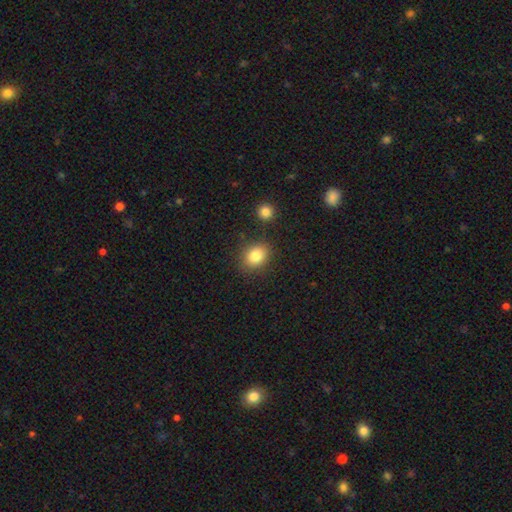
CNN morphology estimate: smooth 84%, star or artifact 10%, featured or disk 7%. Down the decision tree: how rounded — round (50%); merging — none (81%).